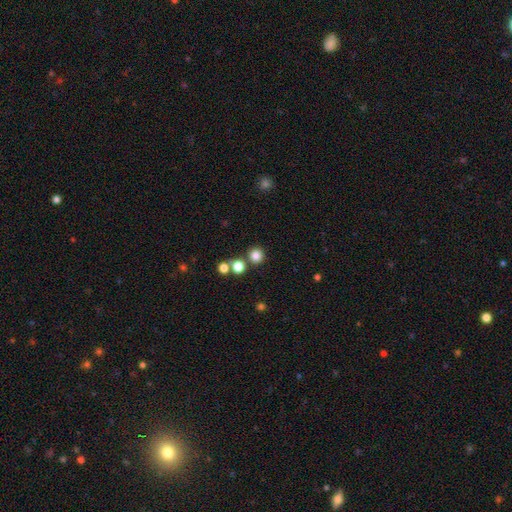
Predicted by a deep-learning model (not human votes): Q: Smooth or featured?
A: smooth (81%); runner-up: star or artifact (14%)
Q: How rounded?
A: round (94%); runner-up: in between (5%)
Q: Merging?
A: none (79%); runner-up: merger (12%)